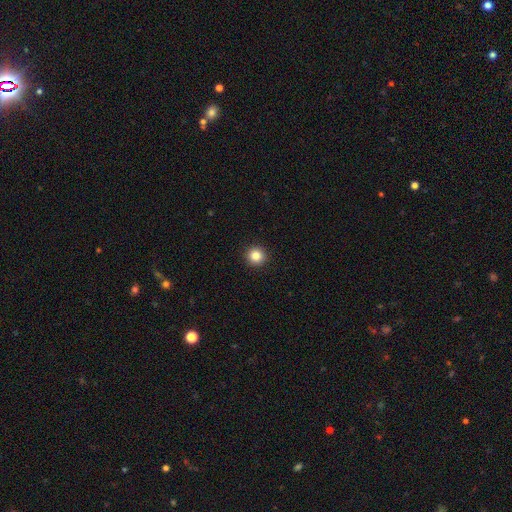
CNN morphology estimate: type=smooth (85%); roundness=round (94%); merging=none (93%).